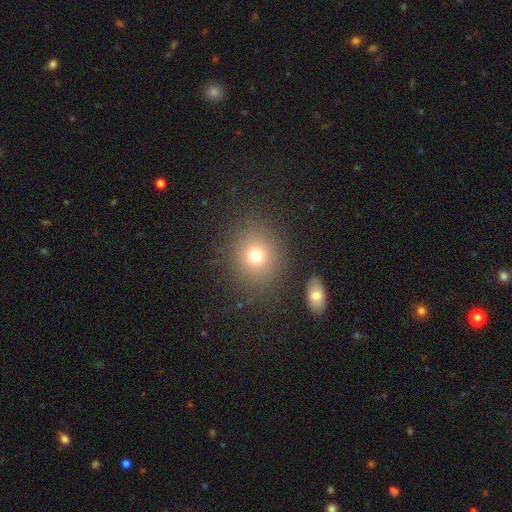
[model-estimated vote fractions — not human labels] This appears to be a smooth galaxy with no disk features (73%) that is round (72%). Merging: none (83%).